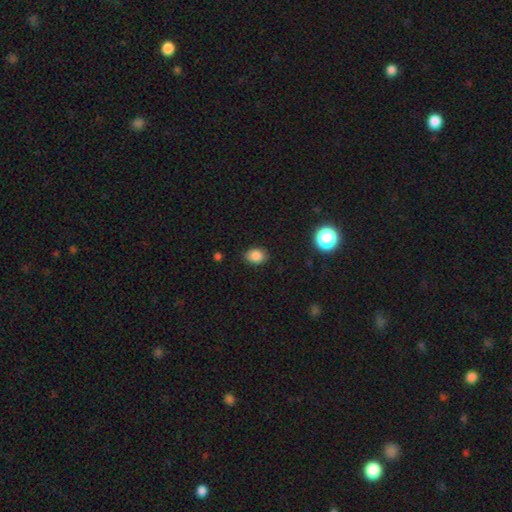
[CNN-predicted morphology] The model was most divided on "how rounded": in between: 64%, round: 35%, cigar-shaped: 1%. More confident: merging — none (85%); smooth or featured — smooth (85%).